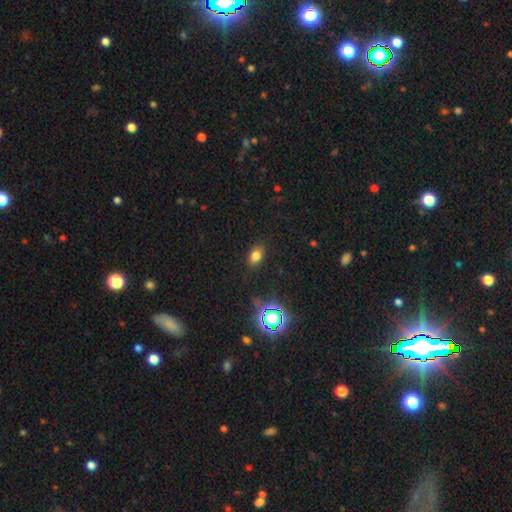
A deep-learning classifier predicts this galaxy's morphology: smooth_or_featured: smooth (p=0.76) [alt: star or artifact p=0.16]
how_rounded: in between (p=0.80) [alt: round p=0.18]
merging: none (p=0.86) [alt: minor disturbance p=0.10]